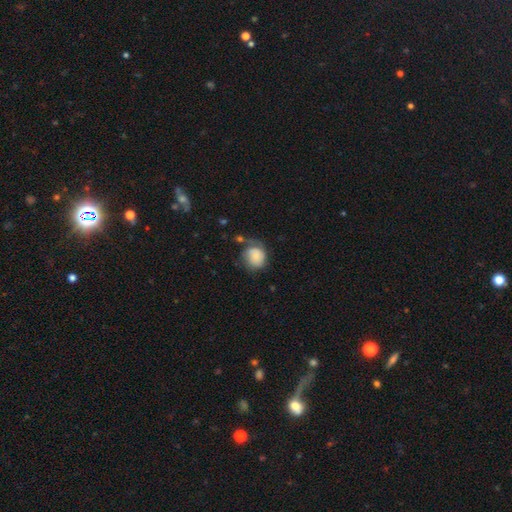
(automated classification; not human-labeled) Morphology: type=smooth (75%); roundness=round (70%); merging=none (46%).